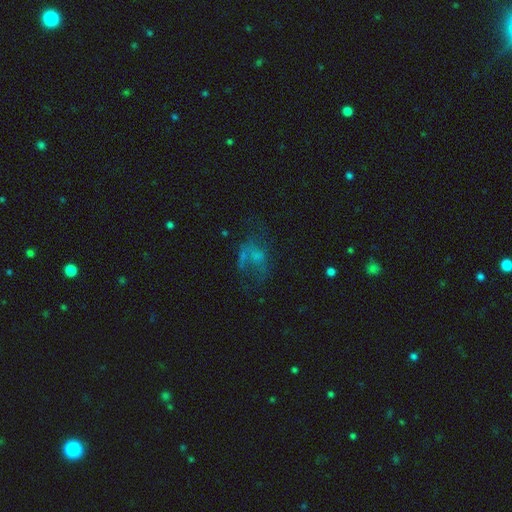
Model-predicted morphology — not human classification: Smooth or featured? featured or disk (46%)
Merging? major disturbance (40%)